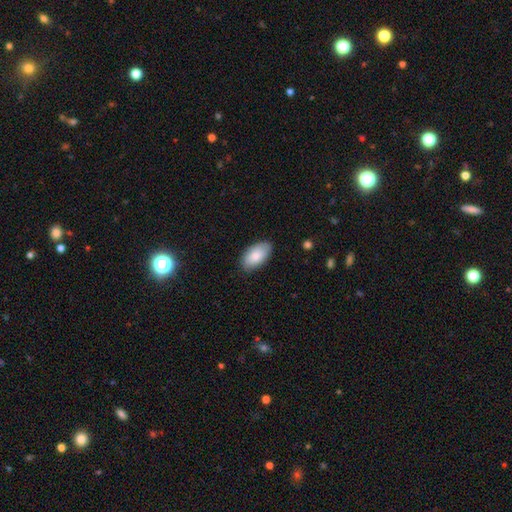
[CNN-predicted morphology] smooth-or-featured: smooth: 82% | featured or disk: 12% | star or artifact: 6%
  how-rounded: in between: 95% | round: 3% | cigar-shaped: 2%
  merging: none: 82% | minor disturbance: 15% | major disturbance: 3% | merger: 1%